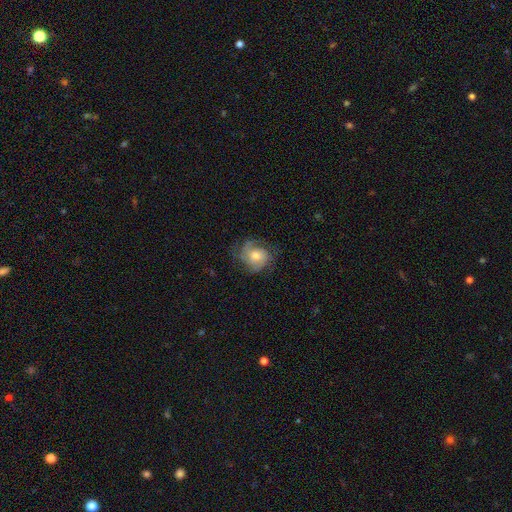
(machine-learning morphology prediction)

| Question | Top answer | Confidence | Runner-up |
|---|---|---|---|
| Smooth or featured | featured or disk | 62% | smooth (30%) |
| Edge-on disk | no | 97% | yes (3%) |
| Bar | no | 77% | weak (19%) |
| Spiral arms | yes | 89% | no (11%) |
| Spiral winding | tight | 42% | medium (41%) |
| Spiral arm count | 3 | 35% | can't tell (24%) |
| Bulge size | moderate | 63% | small (26%) |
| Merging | none | 65% | minor disturbance (22%) |